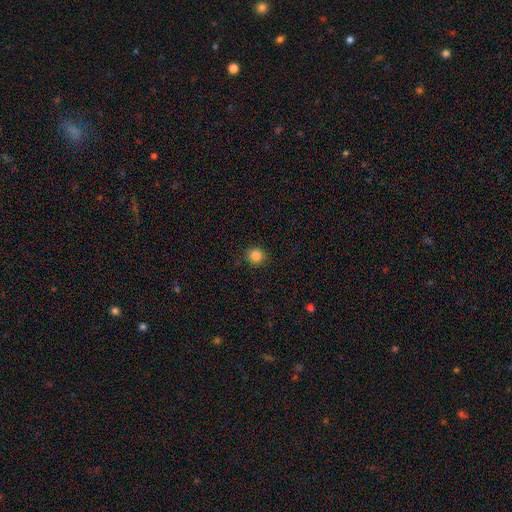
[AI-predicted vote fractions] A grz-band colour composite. It shows a smooth galaxy with no disk features (84%) that is round (90%). Merging: none (90%).